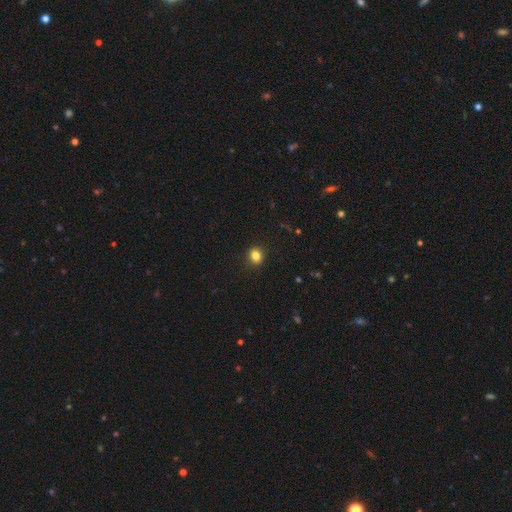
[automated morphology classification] A smooth galaxy with no disk features (83%) that is round (74%).

Vote fractions:
- Smooth or featured? smooth: 83% / star or artifact: 12% / featured or disk: 5%
- How rounded? round: 74% / in between: 25% / cigar-shaped: 1%
- Merging? none: 90% / minor disturbance: 7% / major disturbance: 2% / merger: 1%